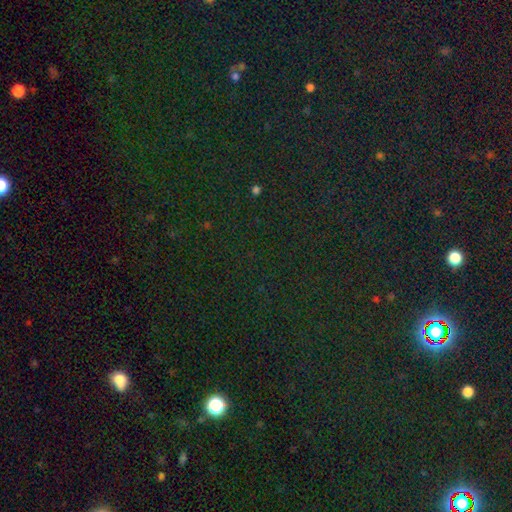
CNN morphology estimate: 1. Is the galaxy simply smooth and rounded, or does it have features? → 79% star or artifact, 14% smooth, 8% featured or disk.